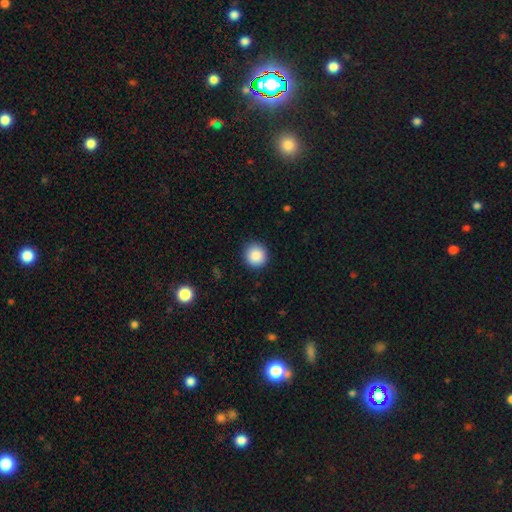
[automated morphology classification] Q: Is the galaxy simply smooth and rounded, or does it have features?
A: smooth — 87%.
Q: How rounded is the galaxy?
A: round — 94%.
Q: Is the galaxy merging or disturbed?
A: none — 91%.